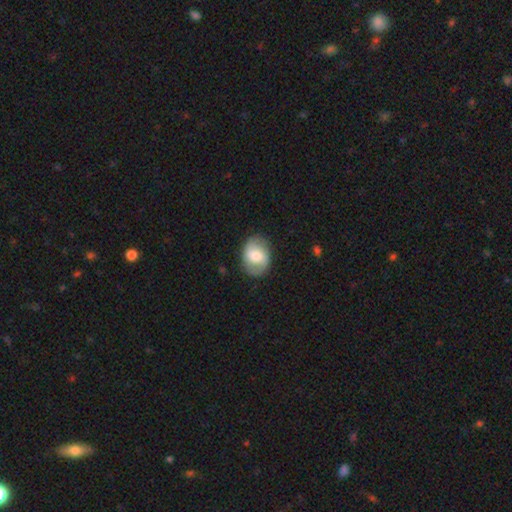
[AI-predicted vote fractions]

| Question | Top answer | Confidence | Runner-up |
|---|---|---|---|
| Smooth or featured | smooth | 50% | featured or disk (43%) |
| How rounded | in between | 62% | round (37%) |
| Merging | none | 82% | minor disturbance (13%) |